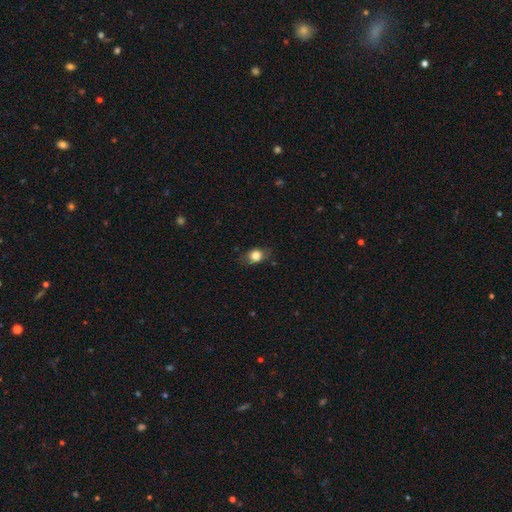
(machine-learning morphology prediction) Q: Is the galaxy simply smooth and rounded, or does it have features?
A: smooth — 79%.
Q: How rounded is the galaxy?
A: in between — 55%.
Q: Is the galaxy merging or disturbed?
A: none — 76%.